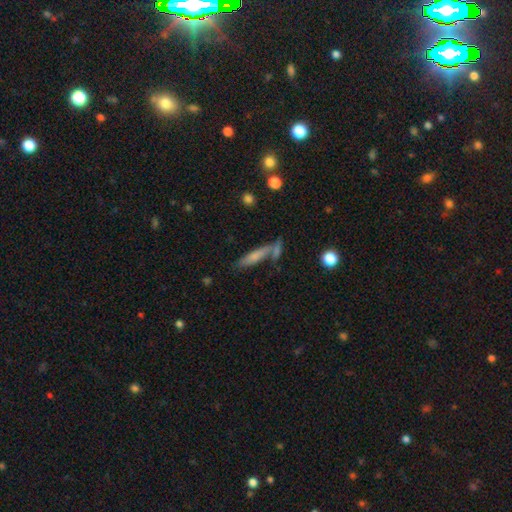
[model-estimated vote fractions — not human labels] smooth-or-featured: smooth: 65% | featured or disk: 27% | star or artifact: 8%
  how-rounded: cigar-shaped: 82% | in between: 16% | round: 2%
  merging: none: 58% | merger: 24% | minor disturbance: 13% | major disturbance: 5%